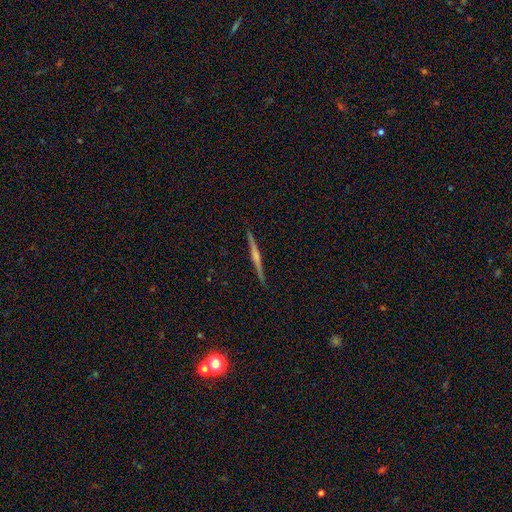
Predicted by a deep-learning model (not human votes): Q: Smooth or featured?
A: featured or disk (70%); runner-up: smooth (23%)
Q: Edge-on disk?
A: yes (98%); runner-up: no (2%)
Q: Edge-on bulge?
A: rounded (52%); runner-up: none (30%)
Q: Merging?
A: none (92%); runner-up: minor disturbance (6%)